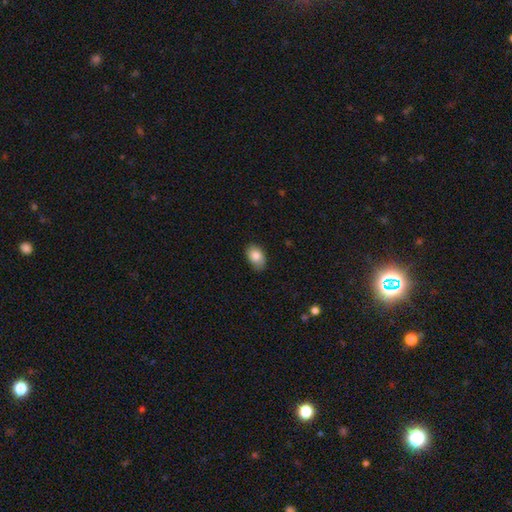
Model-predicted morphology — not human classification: This is clearly a smooth galaxy (85%). How rounded: clearly in between (86%). Merging: likely none (76%).